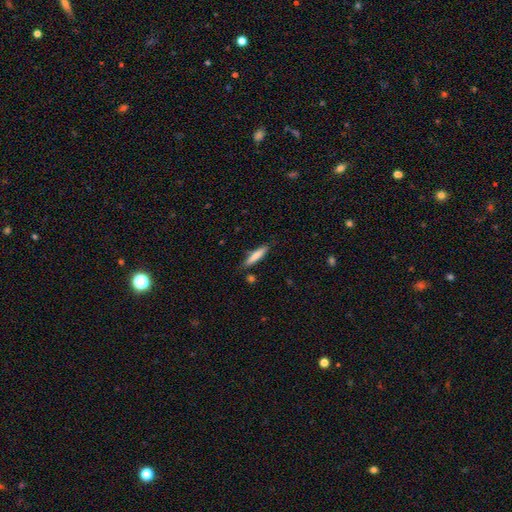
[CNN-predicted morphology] smooth_or_featured: smooth (p=0.77) [alt: featured or disk p=0.17]
how_rounded: cigar-shaped (p=0.87) [alt: in between p=0.11]
merging: none (p=0.80) [alt: minor disturbance p=0.14]